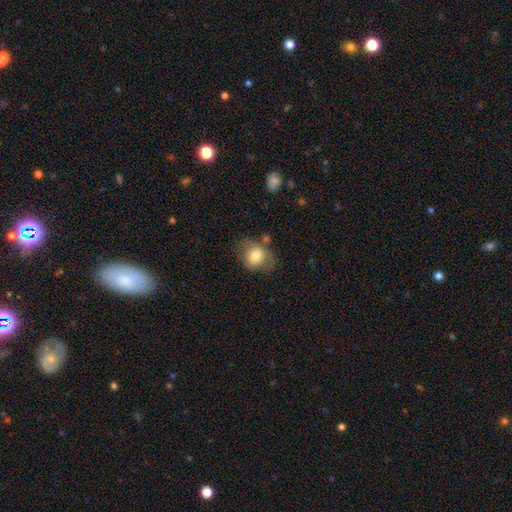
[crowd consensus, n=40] Smooth or featured: smooth — 78% (featured or disk — 15%)
How rounded: in between — 61% (round — 39%)
Merging: none — 73% (minor disturbance — 19%)